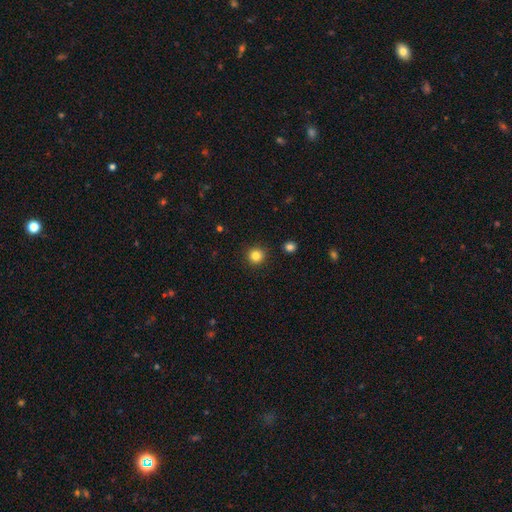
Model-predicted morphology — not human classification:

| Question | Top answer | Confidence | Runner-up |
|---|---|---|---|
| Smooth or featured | smooth | 83% | star or artifact (12%) |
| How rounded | round | 95% | in between (5%) |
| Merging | none | 92% | minor disturbance (5%) |